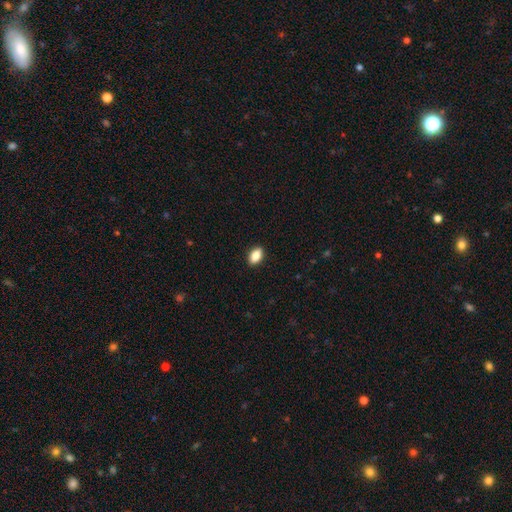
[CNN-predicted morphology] type=smooth (85%); roundness=in between (89%); merging=none (90%).